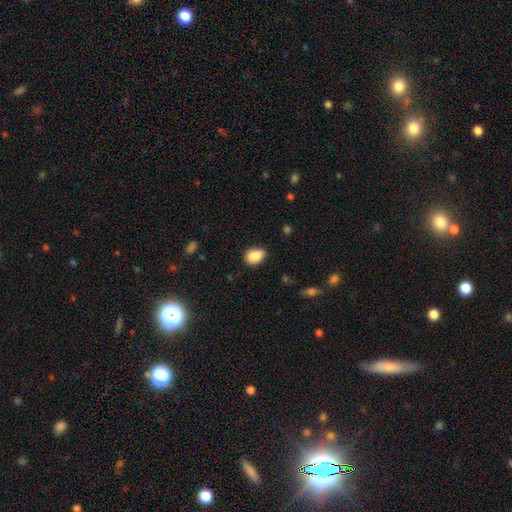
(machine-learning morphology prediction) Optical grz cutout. It shows a smooth galaxy with no disk features (88%) that is in between round and cigar-shaped (80%). Merging: none (82%).